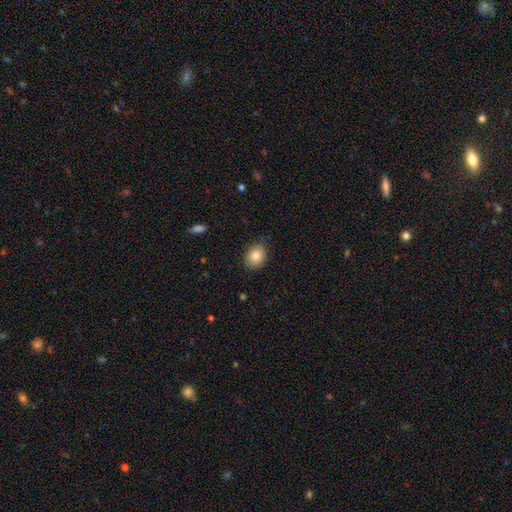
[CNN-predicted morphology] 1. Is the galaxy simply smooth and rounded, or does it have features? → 84% smooth, 9% star or artifact, 7% featured or disk.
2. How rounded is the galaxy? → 57% in between, 42% round, 1% cigar-shaped.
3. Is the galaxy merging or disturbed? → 85% none, 12% minor disturbance, 2% major disturbance, 1% merger.